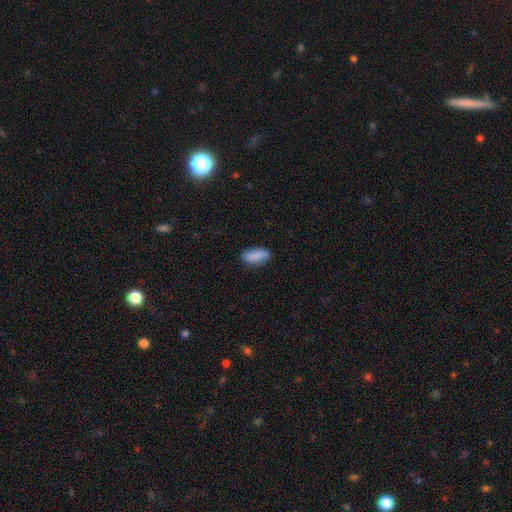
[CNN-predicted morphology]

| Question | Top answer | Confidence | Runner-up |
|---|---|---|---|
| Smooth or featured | smooth | 86% | featured or disk (7%) |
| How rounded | in between | 82% | cigar-shaped (16%) |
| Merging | none | 81% | minor disturbance (15%) |